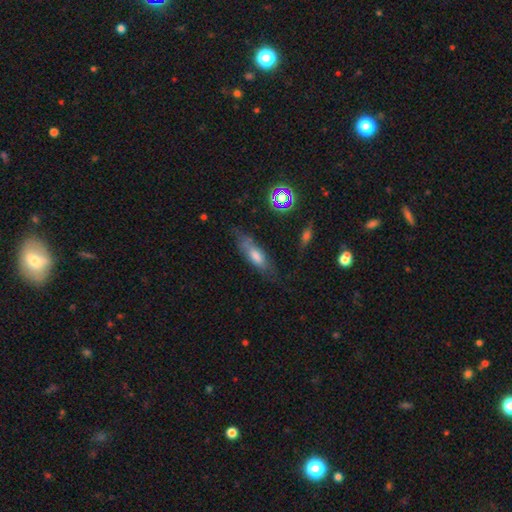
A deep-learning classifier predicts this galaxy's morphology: Q: Smooth or featured?
A: smooth (52%); runner-up: featured or disk (37%)
Q: How rounded?
A: cigar-shaped (50%); runner-up: in between (47%)
Q: Merging?
A: none (62%); runner-up: minor disturbance (24%)